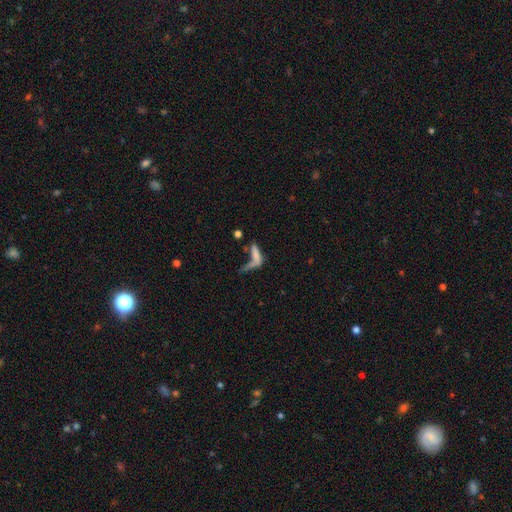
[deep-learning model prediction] smooth-or-featured: smooth: 61% | featured or disk: 27% | star or artifact: 13%
  how-rounded: cigar-shaped: 53% | in between: 42% | round: 5%
  merging: major disturbance: 36% | merger: 27% | none: 23% | minor disturbance: 14%